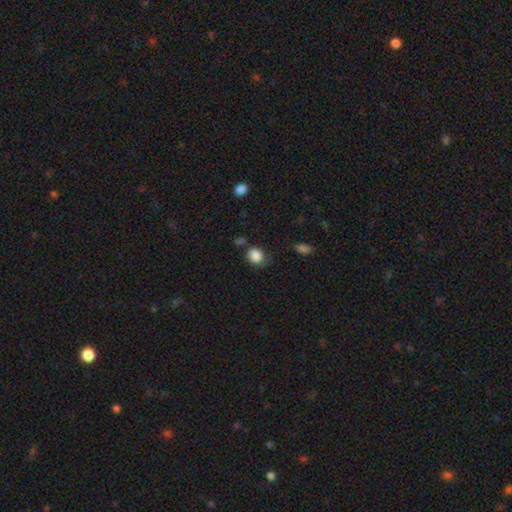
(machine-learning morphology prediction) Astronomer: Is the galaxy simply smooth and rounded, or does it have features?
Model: smooth — 86%.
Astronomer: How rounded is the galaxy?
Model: round — 73%.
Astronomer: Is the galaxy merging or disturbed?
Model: none — 64%.